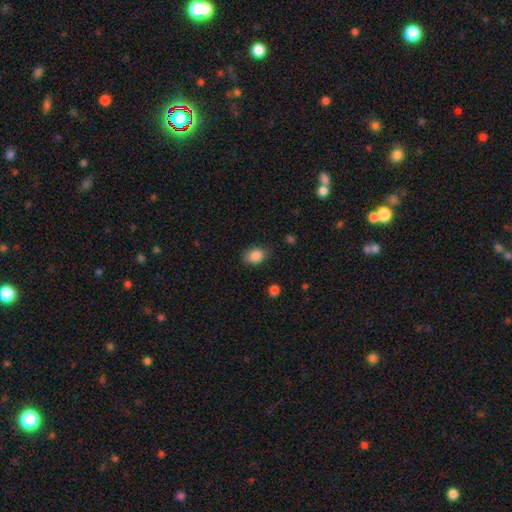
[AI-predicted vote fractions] Smooth or featured? Predicted: smooth (p=0.86). How rounded? Predicted: in between (p=0.73). Merging? Predicted: none (p=0.79).